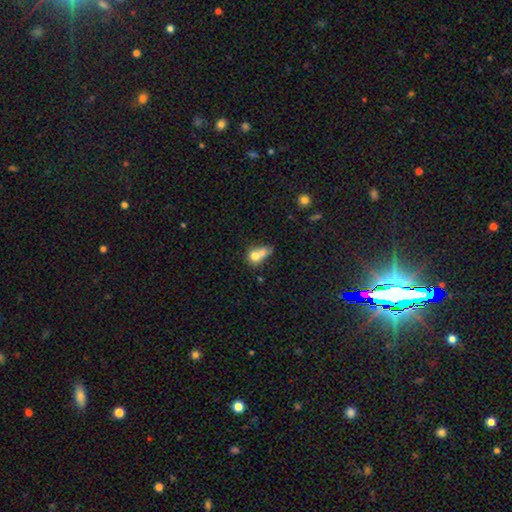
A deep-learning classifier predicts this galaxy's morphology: Smooth or featured?
  - smooth: 71% *
  - featured or disk: 19%
  - star or artifact: 10%
How rounded?
  - in between: 48% *
  - round: 47%
  - cigar-shaped: 5%
Merging?
  - merger: 58% *
  - none: 21%
  - minor disturbance: 12%
  - major disturbance: 10%